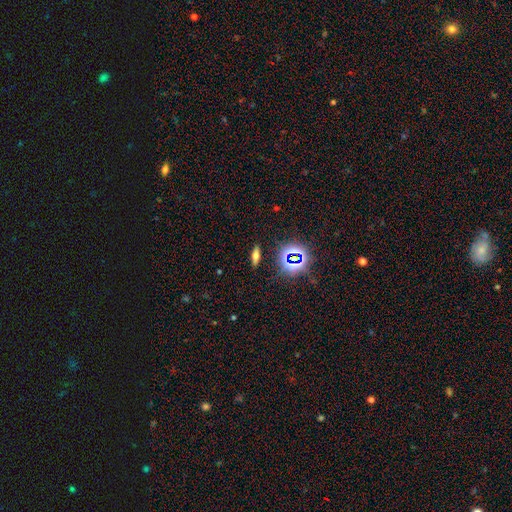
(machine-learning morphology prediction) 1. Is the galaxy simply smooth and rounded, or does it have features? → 49% smooth, 26% star or artifact, 25% featured or disk.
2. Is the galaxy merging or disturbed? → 88% none, 8% minor disturbance, 2% major disturbance, 2% merger.